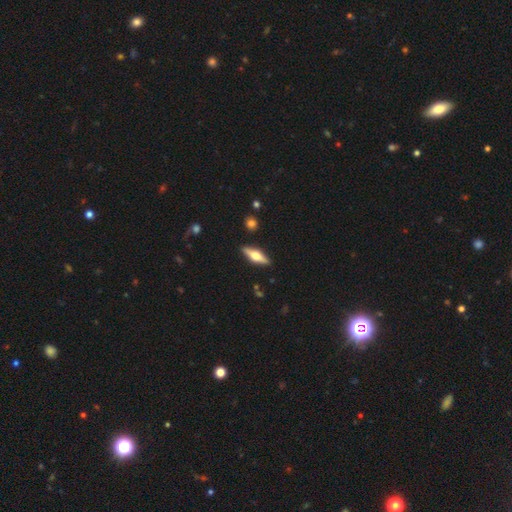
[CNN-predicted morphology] Smooth or featured? Predicted: featured or disk (p=0.60). Edge-on disk? Predicted: yes (p=0.95). Edge-on bulge? Predicted: rounded (p=0.94). Merging? Predicted: none (p=0.89).